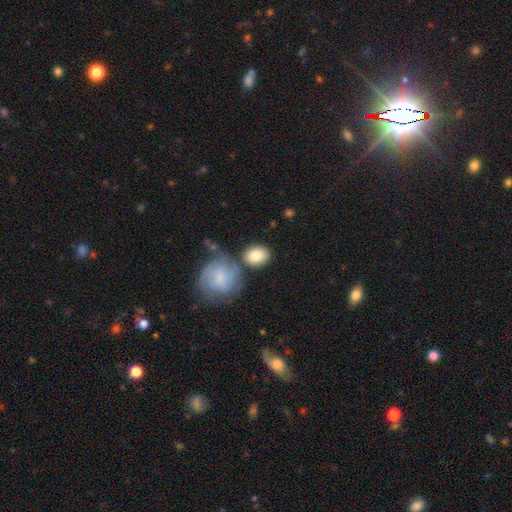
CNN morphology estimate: Q: Smooth or featured?
A: smooth (82%); runner-up: featured or disk (12%)
Q: How rounded?
A: round (61%); runner-up: in between (38%)
Q: Merging?
A: none (67%); runner-up: merger (14%)